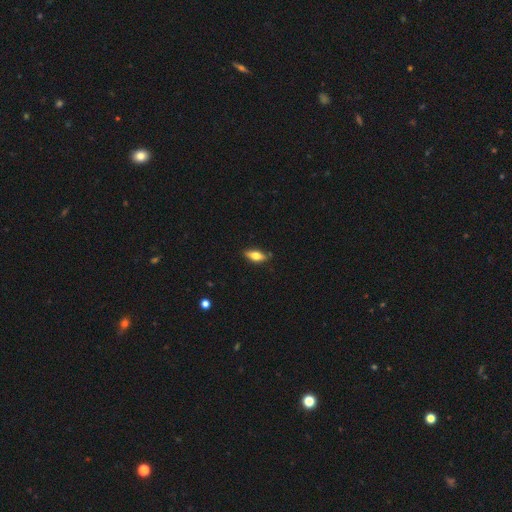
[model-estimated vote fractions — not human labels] Smooth or featured? Predicted: smooth (p=0.65). How rounded? Predicted: in between (p=0.74). Merging? Predicted: none (p=0.82).